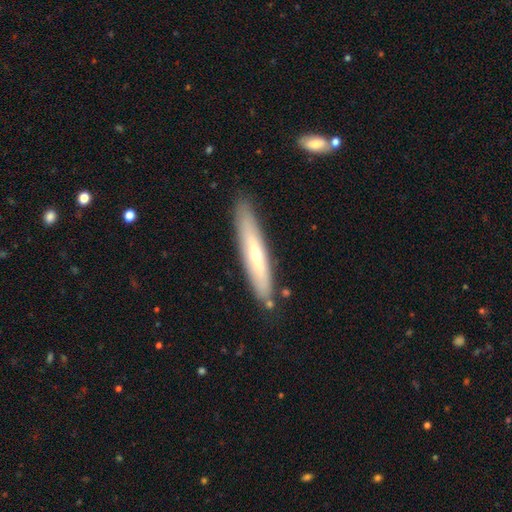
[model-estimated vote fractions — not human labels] Smooth or featured? Predicted: smooth (p=0.51). How rounded? Predicted: cigar-shaped (p=0.89). Merging? Predicted: none (p=0.83).